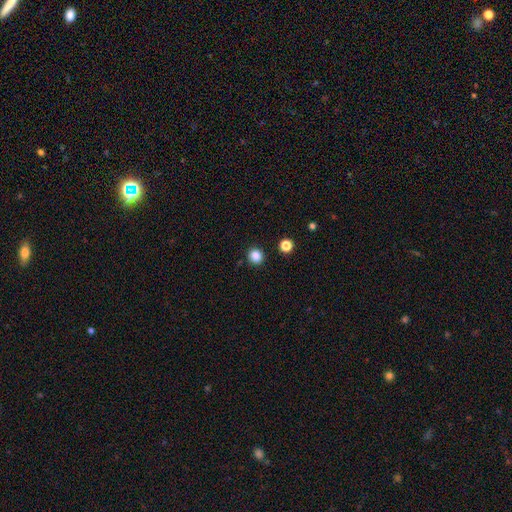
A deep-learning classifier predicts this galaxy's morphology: smooth_or_featured: smooth (p=0.86) [alt: star or artifact p=0.11]
how_rounded: round (p=0.90) [alt: in between p=0.09]
merging: none (p=0.90) [alt: minor disturbance p=0.05]